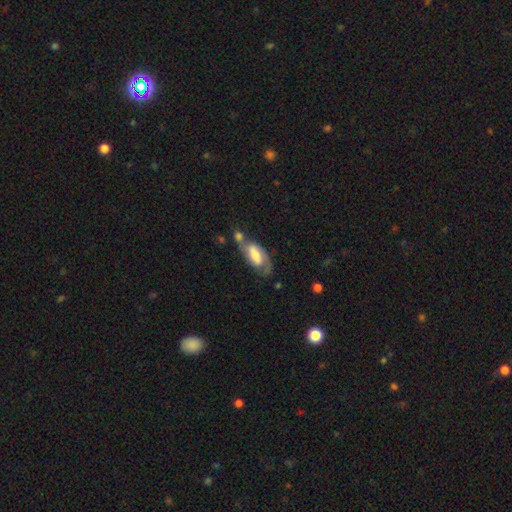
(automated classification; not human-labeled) Smooth or featured? Predicted: featured or disk (p=0.58). Edge-on disk? Predicted: no (p=0.90). Bar? Predicted: weak (p=0.43). Spiral arms? Predicted: yes (p=0.79). Bulge size? Predicted: moderate (p=0.44). Merging? Predicted: none (p=0.42).